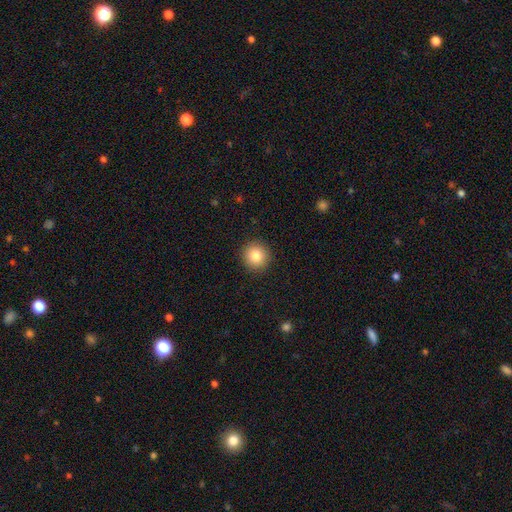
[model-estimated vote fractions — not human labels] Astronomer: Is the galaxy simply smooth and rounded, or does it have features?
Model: smooth — 83%.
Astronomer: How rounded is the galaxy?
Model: round — 94%.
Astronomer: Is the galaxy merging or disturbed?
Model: none — 92%.